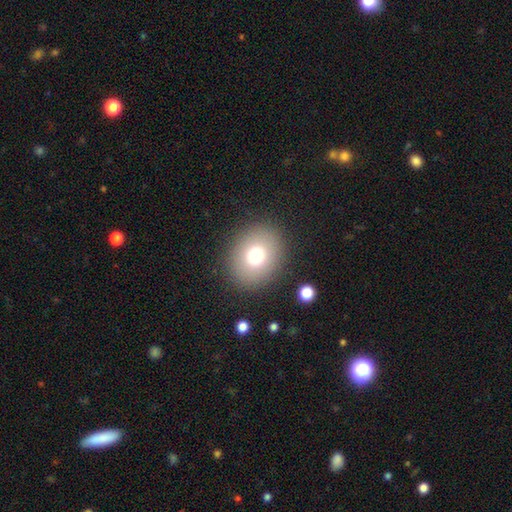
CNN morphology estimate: Q: Smooth or featured?
A: smooth (75%); runner-up: featured or disk (13%)
Q: How rounded?
A: round (59%); runner-up: in between (40%)
Q: Merging?
A: none (88%); runner-up: minor disturbance (7%)